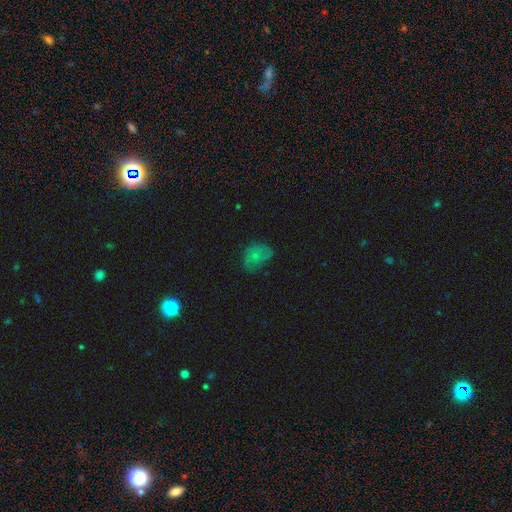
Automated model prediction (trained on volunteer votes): A smooth galaxy with no disk features (57%) that is in between round and cigar-shaped (68%).

Vote fractions:
- Smooth or featured? smooth: 57% / featured or disk: 30% / star or artifact: 13%
- How rounded? in between: 68% / round: 31% / cigar-shaped: 1%
- Merging? none: 53% / minor disturbance: 29% / major disturbance: 16% / merger: 2%